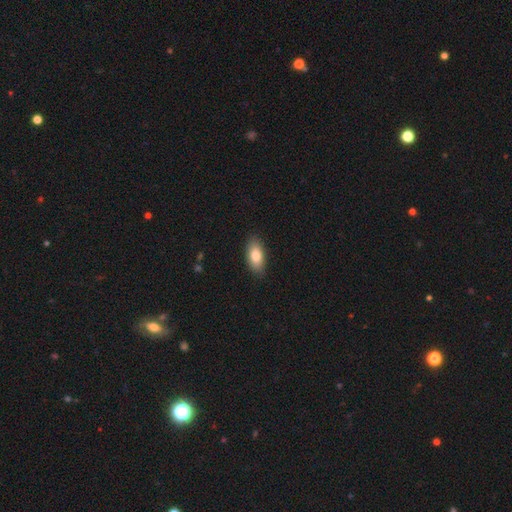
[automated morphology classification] Overall: smooth (82%). How rounded: in between (90%). Merging: none (87%).